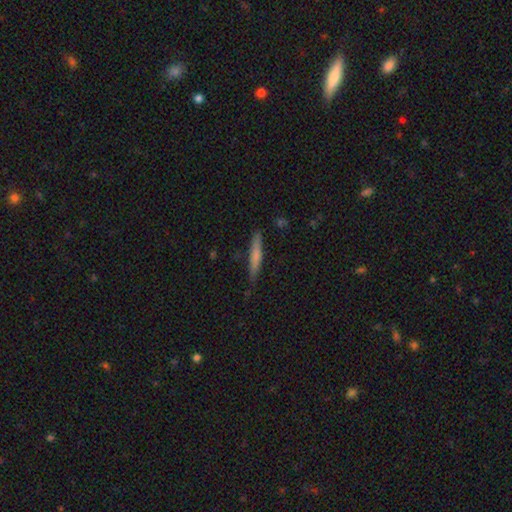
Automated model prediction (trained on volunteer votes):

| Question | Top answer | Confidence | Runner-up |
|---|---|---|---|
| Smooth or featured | smooth | 63% | featured or disk (31%) |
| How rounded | cigar-shaped | 92% | in between (6%) |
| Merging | none | 82% | minor disturbance (14%) |